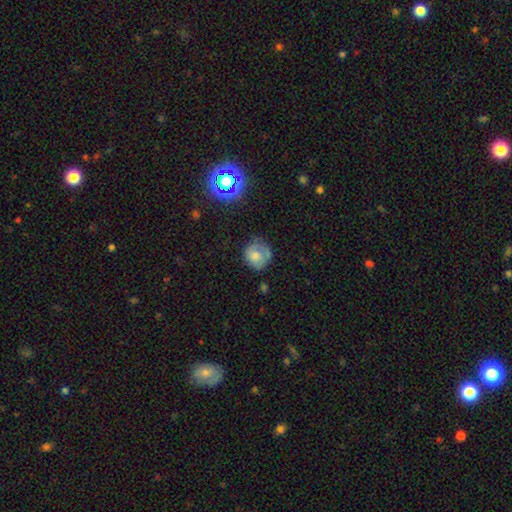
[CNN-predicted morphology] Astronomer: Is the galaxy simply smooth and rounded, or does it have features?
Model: smooth — 58%.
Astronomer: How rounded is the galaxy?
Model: round — 78%.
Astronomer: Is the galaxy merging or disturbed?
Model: none — 52% (runner-up: minor disturbance, 30%).